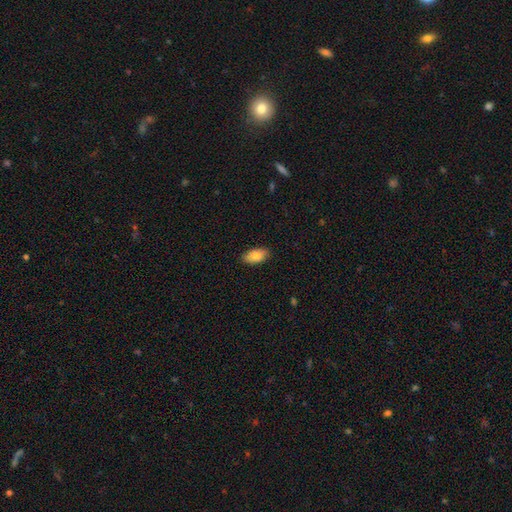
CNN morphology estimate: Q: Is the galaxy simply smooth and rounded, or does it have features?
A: smooth — 84%.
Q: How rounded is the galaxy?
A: in between — 93%.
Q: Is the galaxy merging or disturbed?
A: none — 86%.